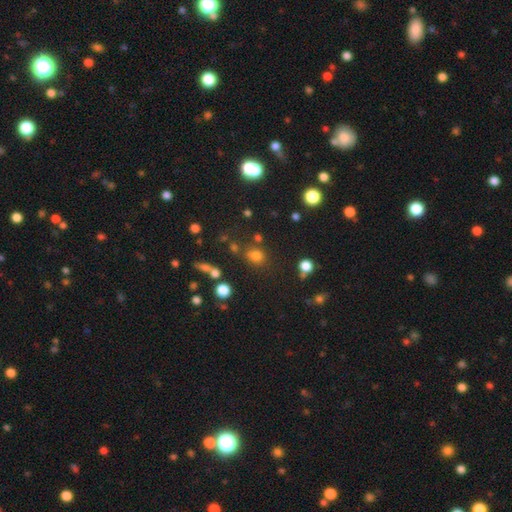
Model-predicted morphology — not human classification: The model was most divided on "how rounded": round: 70%, in between: 29%, cigar-shaped: 1%. More confident: merging — none (72%); smooth or featured — smooth (71%).